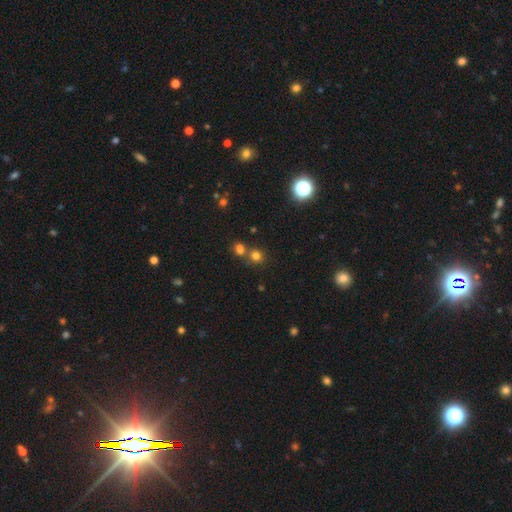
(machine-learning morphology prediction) This appears to be a smooth galaxy with no disk features (72%) that is round (84%). Merging: none (58%).